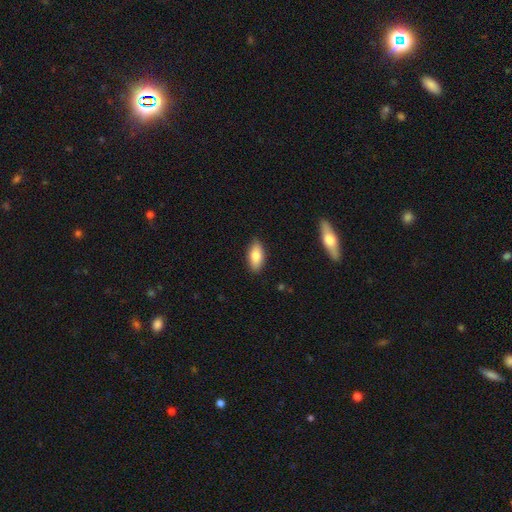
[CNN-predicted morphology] Overall: smooth (81%). How rounded: in between (88%). Merging: none (87%).